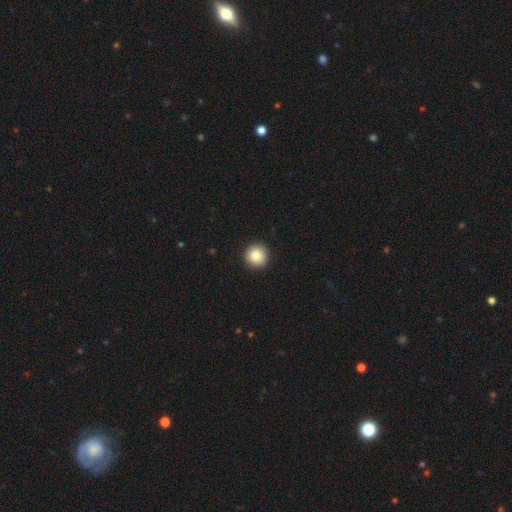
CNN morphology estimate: This appears to be a smooth galaxy with no disk features (83%) that is round (96%). Merging: none (93%).